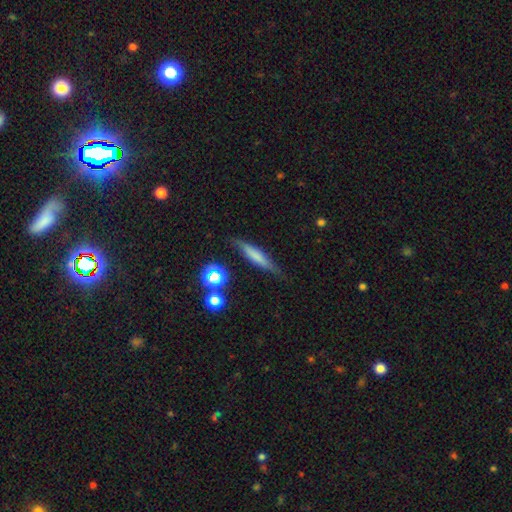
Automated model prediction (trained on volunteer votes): The model was most divided on "smooth or featured": smooth: 57%, featured or disk: 33%, star or artifact: 9%. More confident: how rounded — cigar-shaped (86%); merging — none (80%).